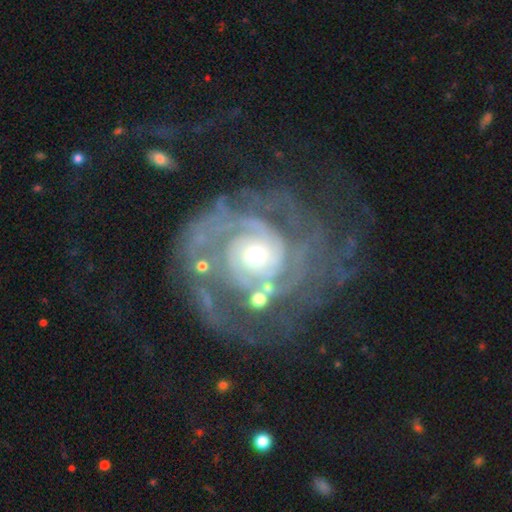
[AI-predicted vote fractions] smooth_or_featured: featured or disk (p=0.89) [alt: star or artifact p=0.06]
disk_edge_on: no (p=0.98) [alt: yes p=0.02]
bar: no (p=0.76) [alt: weak p=0.17]
has_spiral_arms: yes (p=0.96) [alt: no p=0.04]
spiral_winding: tight (p=0.67) [alt: medium p=0.25]
spiral_arm_count: 2 (p=0.32) [alt: can't tell p=0.26]
bulge_size: small (p=0.52) [alt: moderate p=0.41]
merging: none (p=0.56) [alt: major disturbance p=0.22]